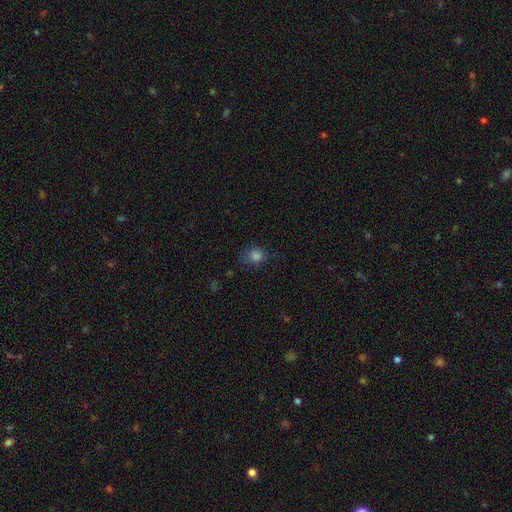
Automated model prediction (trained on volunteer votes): A smooth galaxy with no disk features (80%) that is round (76%). Merging: none (73%).